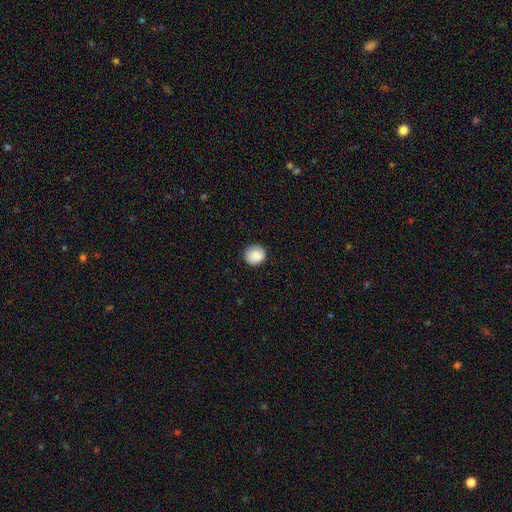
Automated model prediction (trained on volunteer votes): This is clearly a smooth galaxy (89%). How rounded: clearly round (86%). Merging: clearly none (87%).